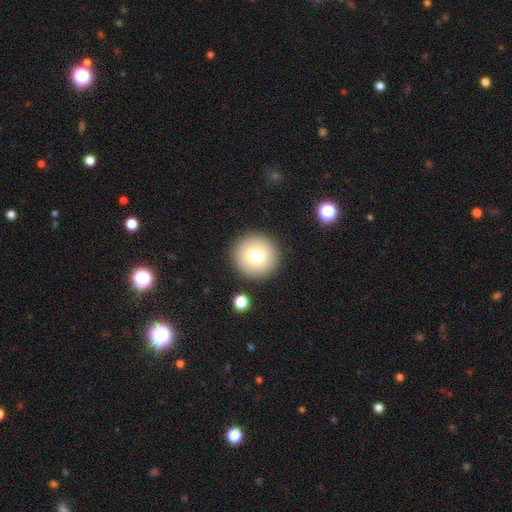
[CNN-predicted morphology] Smooth or featured? smooth (70%)
How rounded? round (94%)
Merging? none (89%)